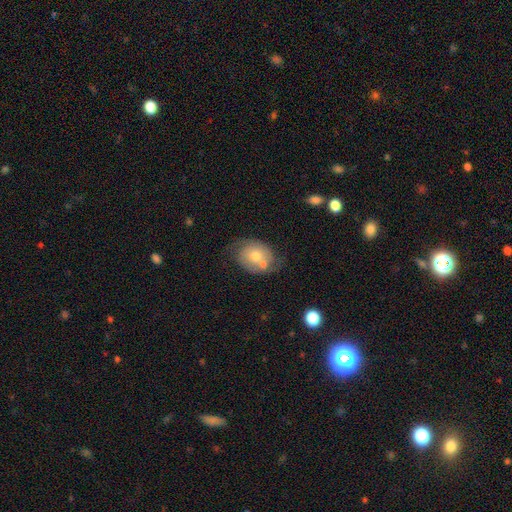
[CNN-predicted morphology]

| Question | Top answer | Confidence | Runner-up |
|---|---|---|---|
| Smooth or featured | featured or disk | 57% | smooth (34%) |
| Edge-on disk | no | 97% | yes (3%) |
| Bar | no | 80% | weak (17%) |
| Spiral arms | yes | 79% | no (21%) |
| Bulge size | moderate | 56% | small (35%) |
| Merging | none | 50% | minor disturbance (20%) |